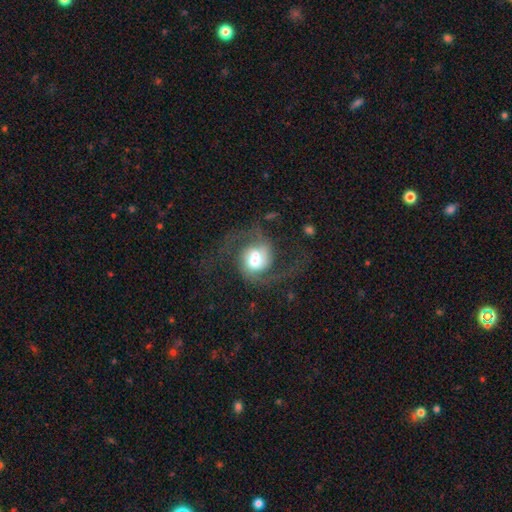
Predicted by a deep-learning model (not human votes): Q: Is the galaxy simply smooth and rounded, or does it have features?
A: featured or disk — 76%.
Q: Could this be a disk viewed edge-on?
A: no — 98%.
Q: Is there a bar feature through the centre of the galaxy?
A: no — 52%.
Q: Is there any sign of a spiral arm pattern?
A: yes — 93%.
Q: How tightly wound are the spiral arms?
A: loose — 53%.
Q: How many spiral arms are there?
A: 2 — 84%.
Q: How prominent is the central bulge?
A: moderate — 49%.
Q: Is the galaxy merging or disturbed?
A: none — 51%.